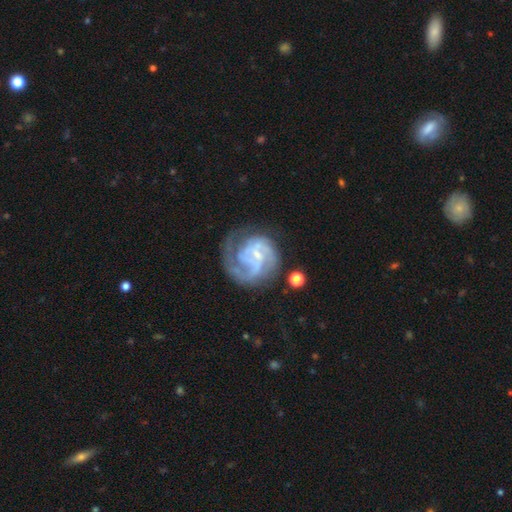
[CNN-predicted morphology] featured or disk 86%, smooth 8%, star or artifact 6%. Down the decision tree: edge-on disk — no (98%); bar — no (46%); spiral arms — yes (96%); spiral arm count — 3 (33%); spiral winding — tight (49%); bulge size — small (66%); merging — none (59%).